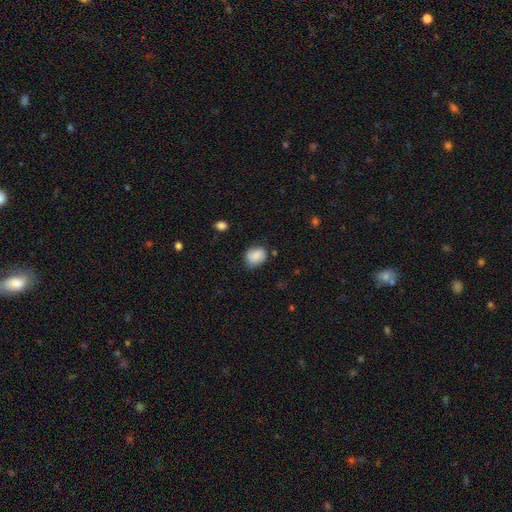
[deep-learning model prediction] Smooth or featured: smooth — 76% (featured or disk — 16%)
How rounded: round — 52% (in between — 47%)
Merging: none — 71% (minor disturbance — 21%)